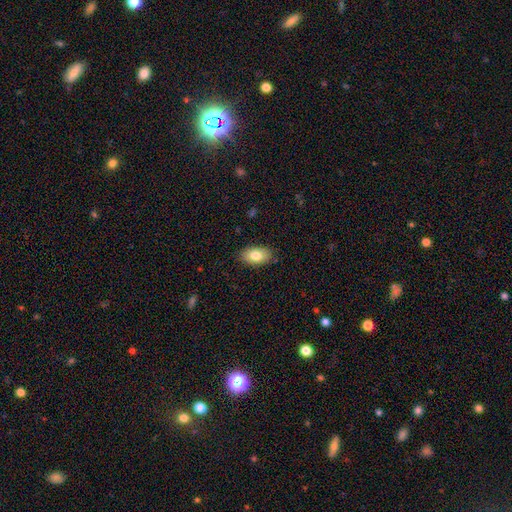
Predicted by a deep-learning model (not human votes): This appears to be a smooth galaxy with no disk features (81%) that is in between round and cigar-shaped (92%). Merging: none (86%).